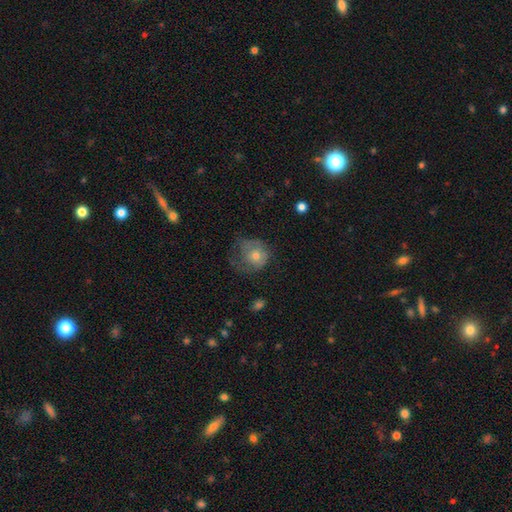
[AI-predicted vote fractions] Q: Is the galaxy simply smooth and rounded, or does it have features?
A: smooth — 55%.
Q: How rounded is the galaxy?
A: round — 76%.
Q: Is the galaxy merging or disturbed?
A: none — 40%.